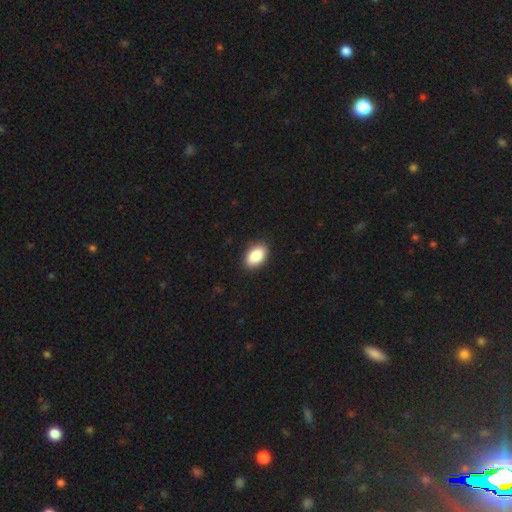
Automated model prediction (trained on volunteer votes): This is clearly a smooth galaxy (88%). How rounded: clearly in between (91%). Merging: clearly none (89%).